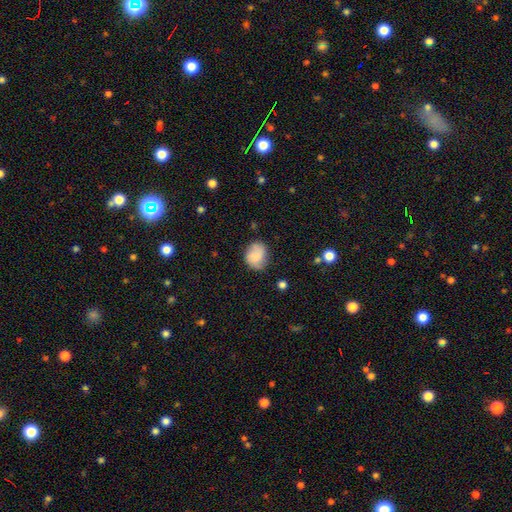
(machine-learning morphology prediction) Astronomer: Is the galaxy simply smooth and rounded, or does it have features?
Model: smooth — 70%.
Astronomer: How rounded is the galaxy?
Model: round — 54% (runner-up: in between, 45%).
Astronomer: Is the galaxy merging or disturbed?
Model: none — 70%.